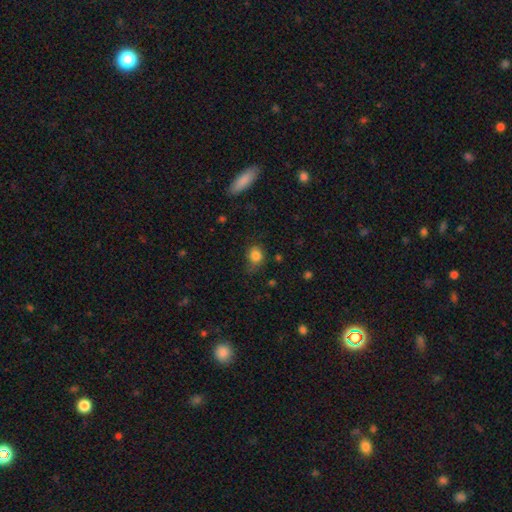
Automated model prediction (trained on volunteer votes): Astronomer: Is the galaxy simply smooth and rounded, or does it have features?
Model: smooth — 83%.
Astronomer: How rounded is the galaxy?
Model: round — 59% (runner-up: in between, 40%).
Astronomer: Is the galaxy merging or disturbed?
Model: none — 59%.